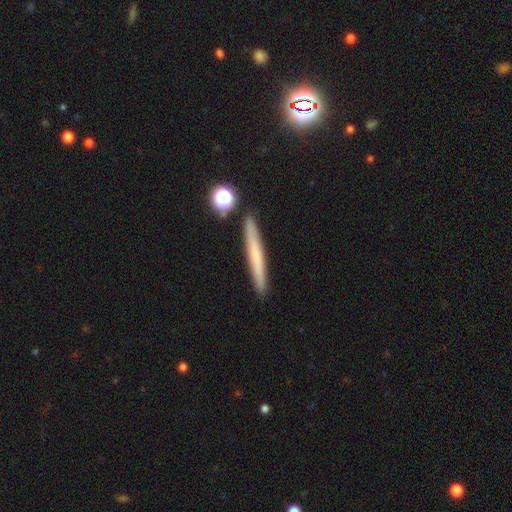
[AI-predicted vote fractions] Smooth or featured? Predicted: smooth (p=0.56). How rounded? Predicted: cigar-shaped (p=0.96). Merging? Predicted: none (p=0.89).